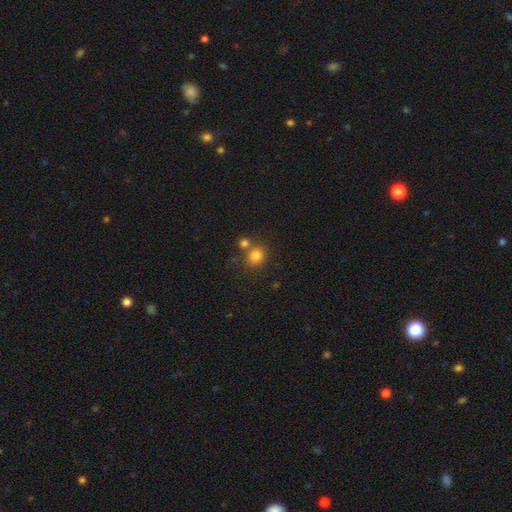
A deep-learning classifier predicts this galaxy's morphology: This is clearly a smooth galaxy (82%). How rounded: likely round (78%). Merging: likely none (66%).